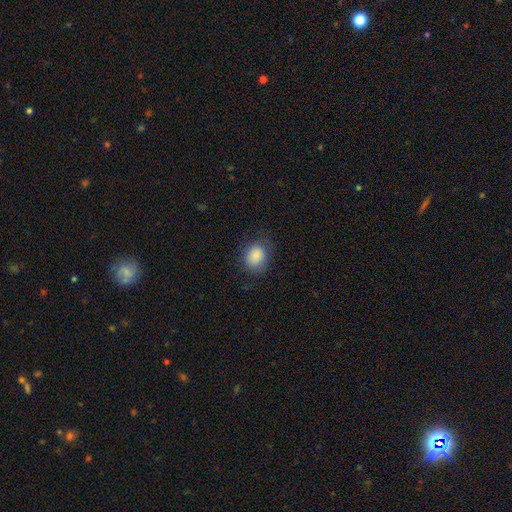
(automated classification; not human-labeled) Overall: smooth (86%). How rounded: round (58%; in between 41%). Merging: none (78%).